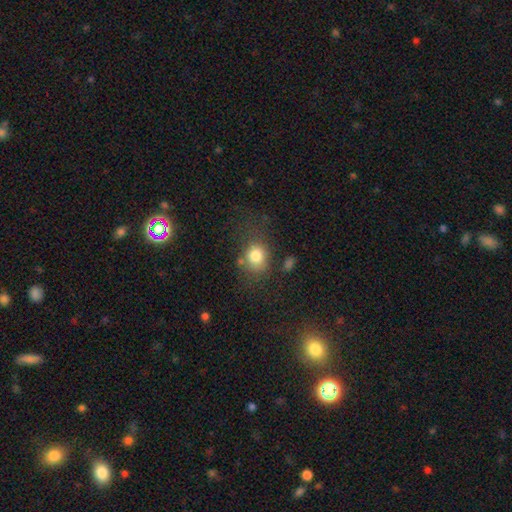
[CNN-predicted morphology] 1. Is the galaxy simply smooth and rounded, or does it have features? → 80% smooth, 11% star or artifact, 9% featured or disk.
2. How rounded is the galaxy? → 66% round, 33% in between, 1% cigar-shaped.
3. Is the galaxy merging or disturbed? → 61% none, 20% minor disturbance, 12% major disturbance, 6% merger.